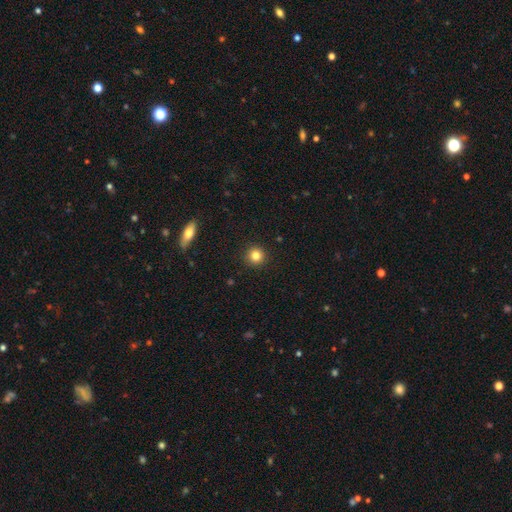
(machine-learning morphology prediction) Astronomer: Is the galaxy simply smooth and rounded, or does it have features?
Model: smooth — 83%.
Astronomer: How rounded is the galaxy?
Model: round — 95%.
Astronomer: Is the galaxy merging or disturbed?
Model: none — 92%.